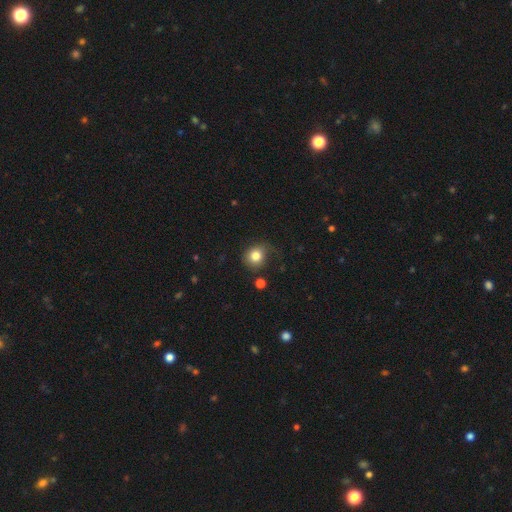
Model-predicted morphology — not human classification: This appears to be a smooth galaxy with no disk features (80%) that is round (80%). Merging: none (64%).